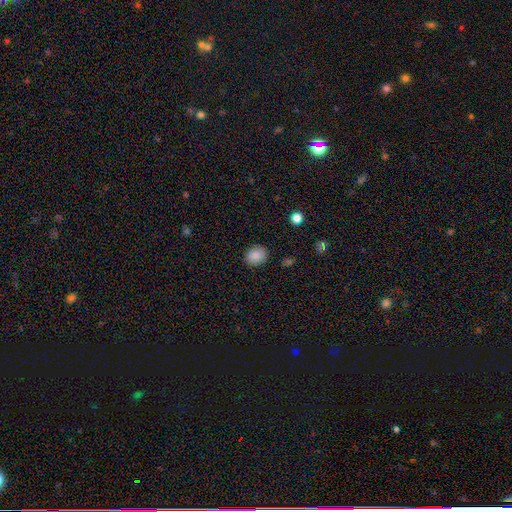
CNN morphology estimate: A smooth galaxy with no disk features (87%) that is round (65%). Merging: none (87%).